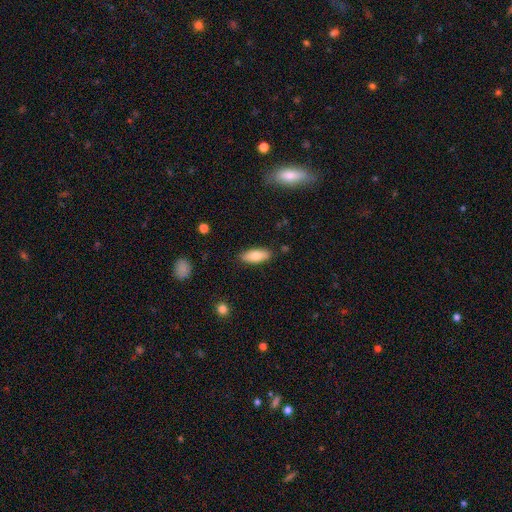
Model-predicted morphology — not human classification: Smooth or featured? Predicted: smooth (p=0.78). How rounded? Predicted: in between (p=0.79). Merging? Predicted: none (p=0.86).